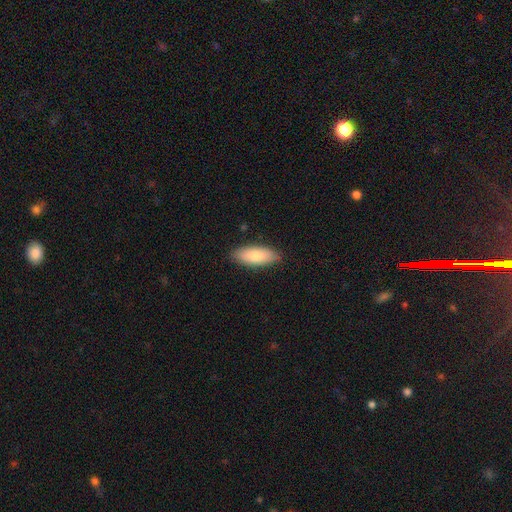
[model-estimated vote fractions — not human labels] Morphology: type=smooth (81%); roundness=in between (75%); merging=none (87%).